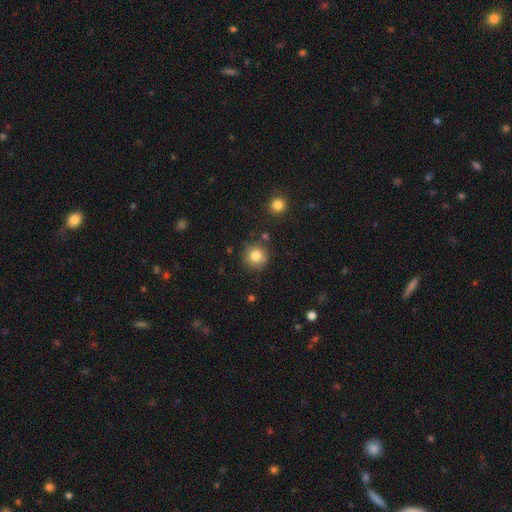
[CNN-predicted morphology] smooth_or_featured: smooth (p=0.83) [alt: star or artifact p=0.10]
how_rounded: round (p=0.93) [alt: in between p=0.07]
merging: none (p=0.80) [alt: minor disturbance p=0.12]